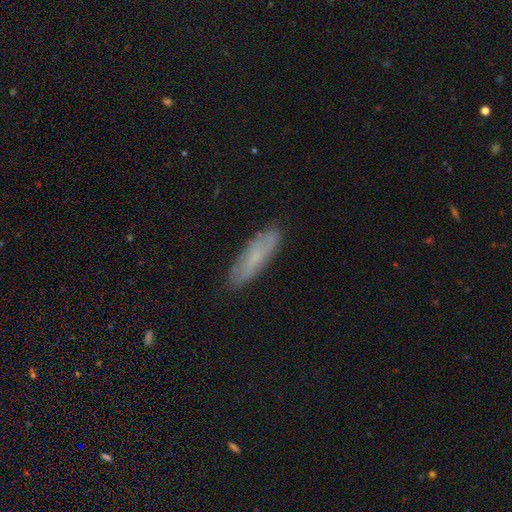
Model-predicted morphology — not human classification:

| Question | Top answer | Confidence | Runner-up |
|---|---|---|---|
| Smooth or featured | smooth | 59% | featured or disk (32%) |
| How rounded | cigar-shaped | 63% | in between (36%) |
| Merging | none | 84% | minor disturbance (12%) |